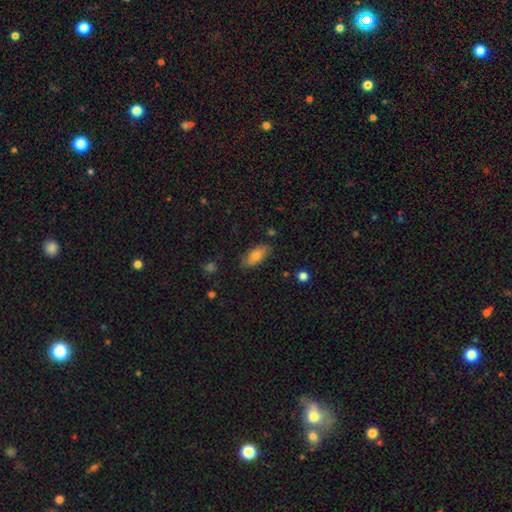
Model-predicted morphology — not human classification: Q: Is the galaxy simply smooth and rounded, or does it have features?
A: smooth — 77%.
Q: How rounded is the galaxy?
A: in between — 86%.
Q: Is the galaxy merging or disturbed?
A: none — 80%.